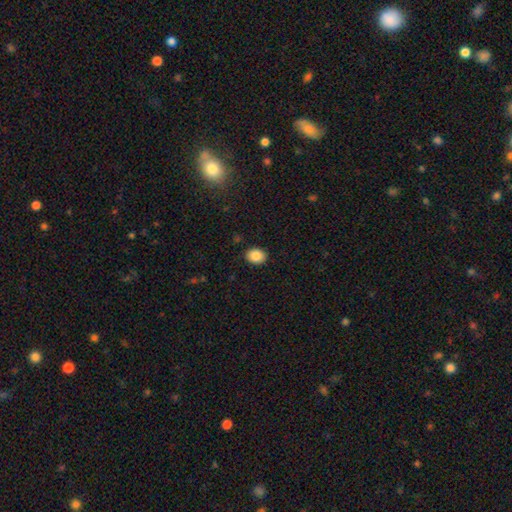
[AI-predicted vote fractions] This is clearly a smooth galaxy (87%). How rounded: possibly in between (57%). Merging: clearly none (88%).